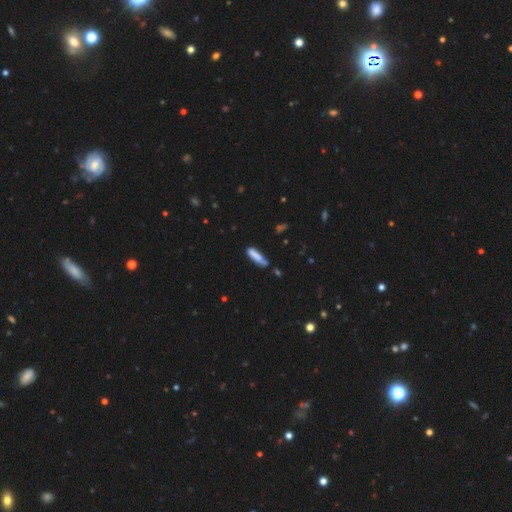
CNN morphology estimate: A smooth galaxy with no disk features (78%) that is cigar-shaped (75%).

Vote fractions:
- Smooth or featured? smooth: 78% / featured or disk: 16% / star or artifact: 7%
- How rounded? cigar-shaped: 75% / in between: 23% / round: 2%
- Merging? none: 64% / minor disturbance: 23% / merger: 7% / major disturbance: 5%